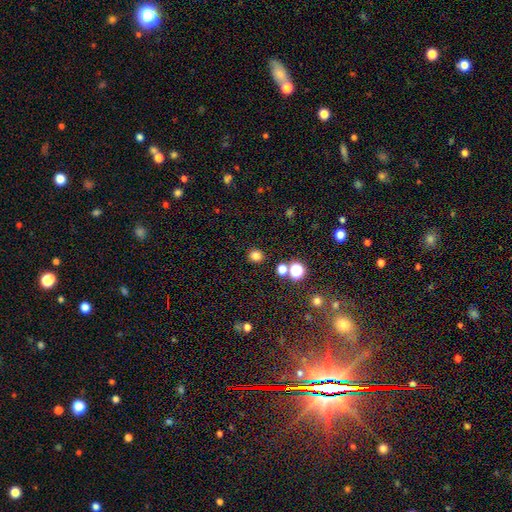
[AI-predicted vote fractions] smooth 78%, star or artifact 17%, featured or disk 5%. Down the decision tree: how rounded — round (86%); merging — none (88%).